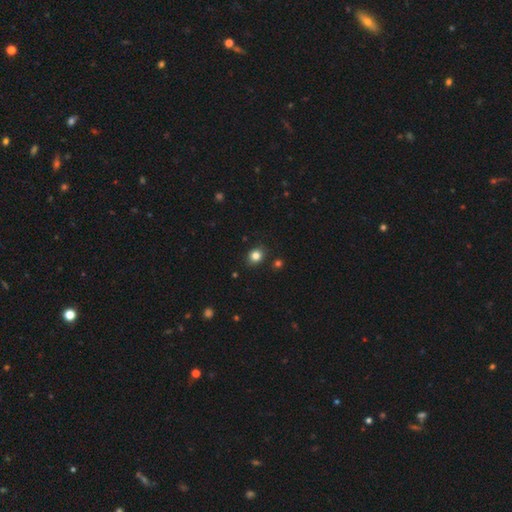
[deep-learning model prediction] The model was most divided on "how rounded": round: 69%, in between: 30%, cigar-shaped: 1%. More confident: merging — none (88%); smooth or featured — smooth (82%).